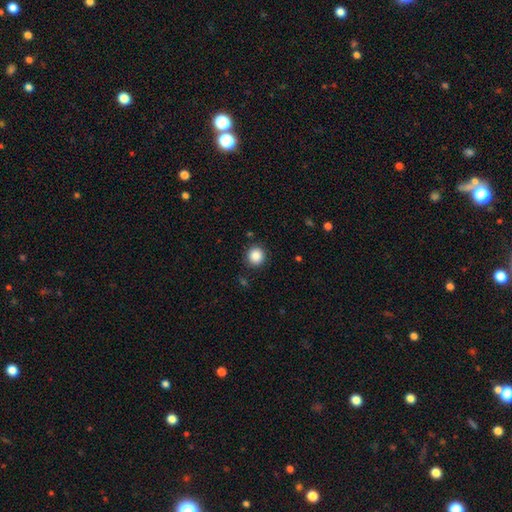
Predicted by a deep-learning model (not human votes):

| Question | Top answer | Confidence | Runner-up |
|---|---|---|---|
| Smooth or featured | smooth | 87% | star or artifact (10%) |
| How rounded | round | 92% | in between (7%) |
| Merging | none | 89% | minor disturbance (7%) |